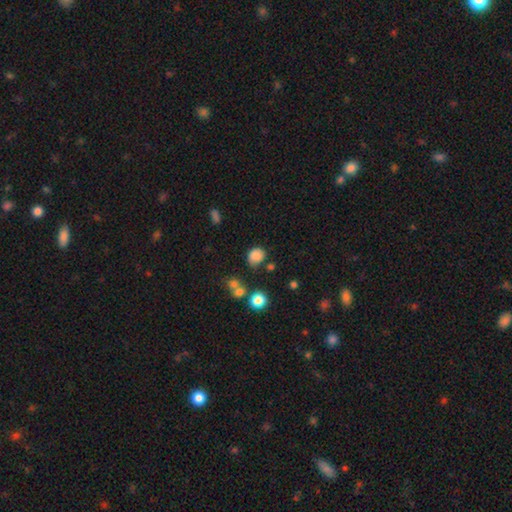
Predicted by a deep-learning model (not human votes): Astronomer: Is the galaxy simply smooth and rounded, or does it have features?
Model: smooth — 81%.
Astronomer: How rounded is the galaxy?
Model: round — 65%.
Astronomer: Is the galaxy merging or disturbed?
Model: none — 62%.